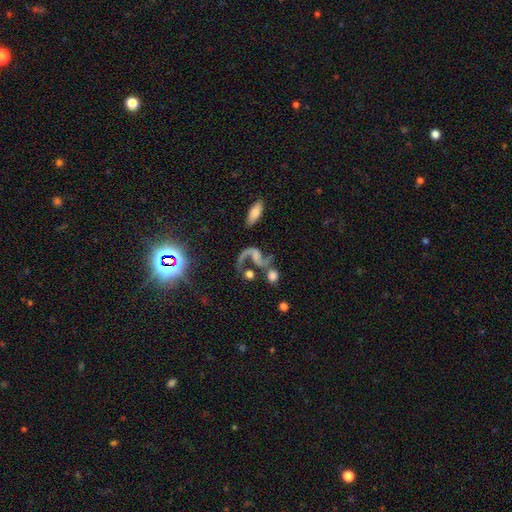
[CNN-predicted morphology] smooth-or-featured: featured or disk: 81% | smooth: 10% | star or artifact: 9%
  disk-edge-on: no: 97% | yes: 3%
    bar: no: 51% | weak: 34% | strong: 14%
    has-spiral-arms: yes: 93% | no: 7%
      spiral-winding: loose: 79% | medium: 17% | tight: 3%
      spiral-arm-count: 2: 84% | 1: 11% | can't tell: 2% | 3: 1% | 4: 1% | more than 4: 1%
    bulge-size: none: 43% | small: 29% | moderate: 19% | large: 6% | dominant: 2%
  merging: none: 44% | major disturbance: 20% | merger: 19% | minor disturbance: 16%